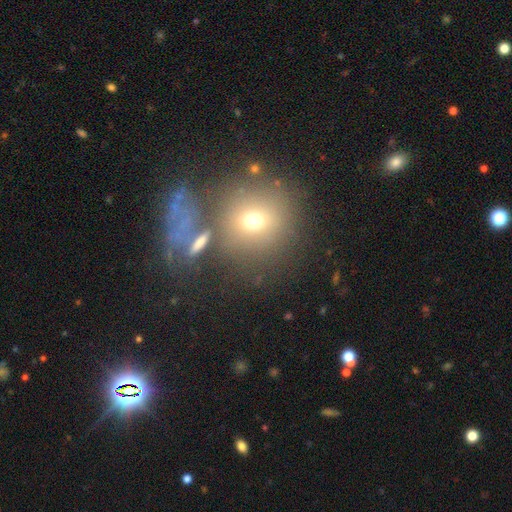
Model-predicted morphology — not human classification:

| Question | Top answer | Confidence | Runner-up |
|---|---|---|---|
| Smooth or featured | smooth | 52% | star or artifact (28%) |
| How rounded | round | 85% | in between (13%) |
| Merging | none | 66% | merger (16%) |